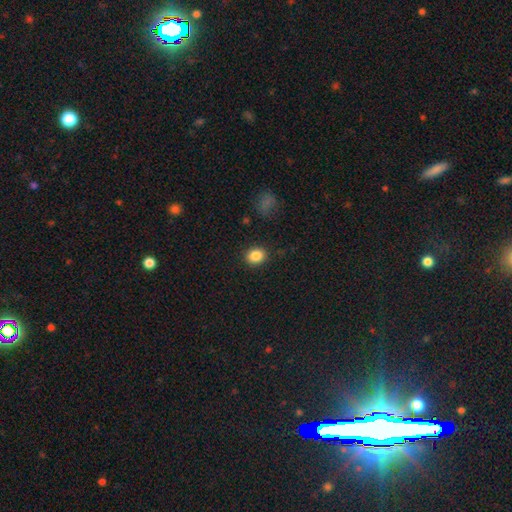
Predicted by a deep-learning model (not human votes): This is clearly a smooth galaxy (86%). How rounded: possibly round (55%). Merging: clearly none (88%).